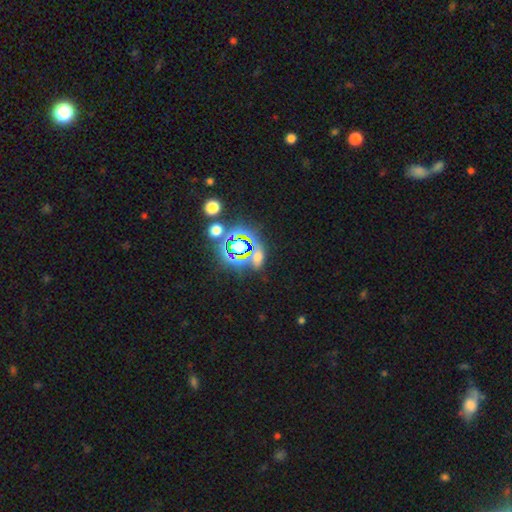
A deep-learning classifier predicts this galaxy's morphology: Smooth or featured?
  - star or artifact: 69% *
  - smooth: 18%
  - featured or disk: 12%